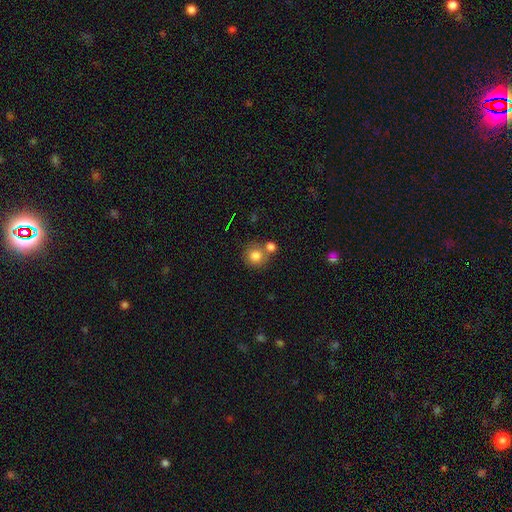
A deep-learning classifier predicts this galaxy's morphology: Smooth or featured? smooth (82%)
How rounded? round (89%)
Merging? none (59%)